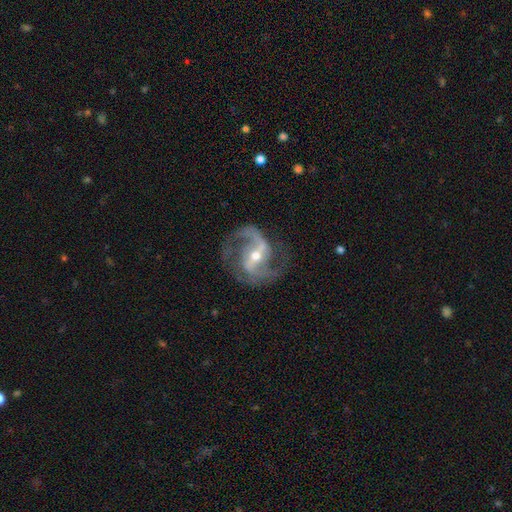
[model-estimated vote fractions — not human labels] smooth-or-featured: featured or disk: 91% | star or artifact: 5% | smooth: 4%
  disk-edge-on: no: 97% | yes: 3%
    bar: strong: 47% | weak: 37% | no: 15%
    has-spiral-arms: yes: 97% | no: 3%
      spiral-winding: medium: 56% | loose: 30% | tight: 14%
      spiral-arm-count: 2: 90% | 3: 3% | 1: 3% | can't tell: 2% | 4: 1% | more than 4: 1%
    bulge-size: moderate: 55% | small: 41% | large: 2% | none: 1% | dominant: 1%
  merging: none: 75% | minor disturbance: 14% | major disturbance: 9% | merger: 2%